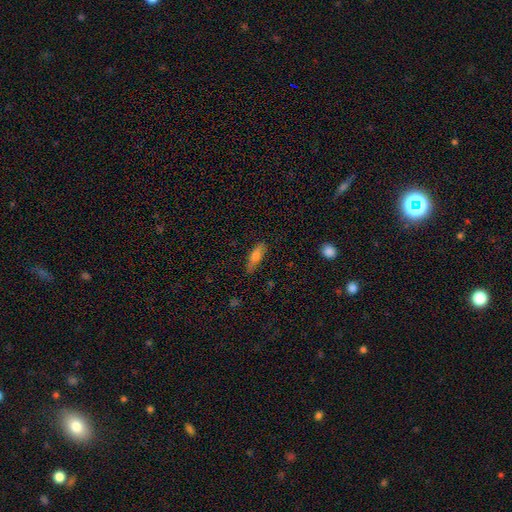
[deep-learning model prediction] Morphology: type=smooth (74%); roundness=cigar-shaped (49%); merging=none (74%).